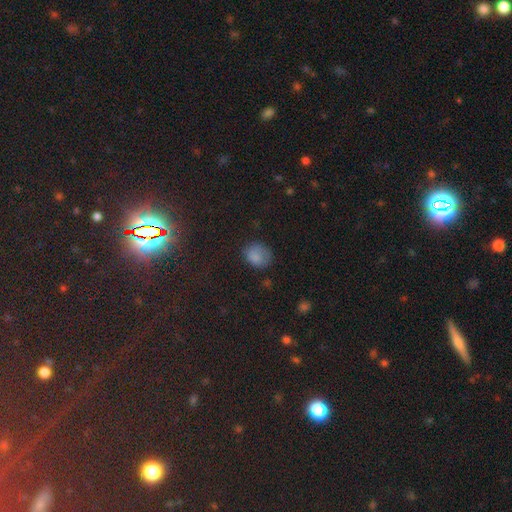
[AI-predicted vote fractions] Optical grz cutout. It shows a smooth galaxy with no disk features (80%) that is round (56%). Merging: none (68%).